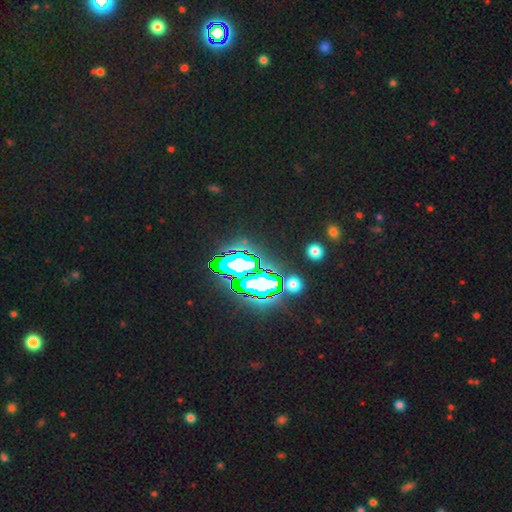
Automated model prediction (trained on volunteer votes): A star or artifact, not a galaxy (84%).